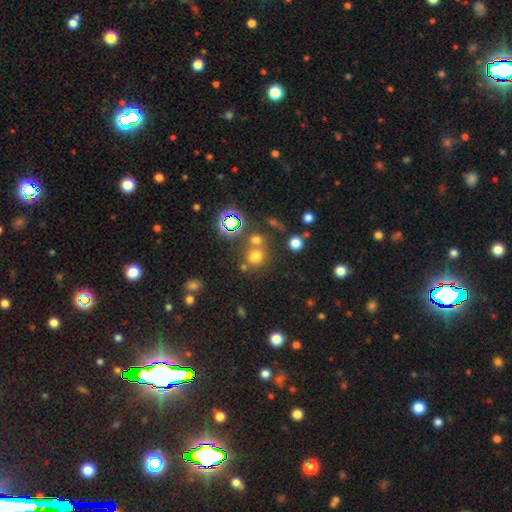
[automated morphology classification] Overall: smooth (65%; star or artifact 27%). How rounded: round (83%). Merging: none (61%; merger 24%).